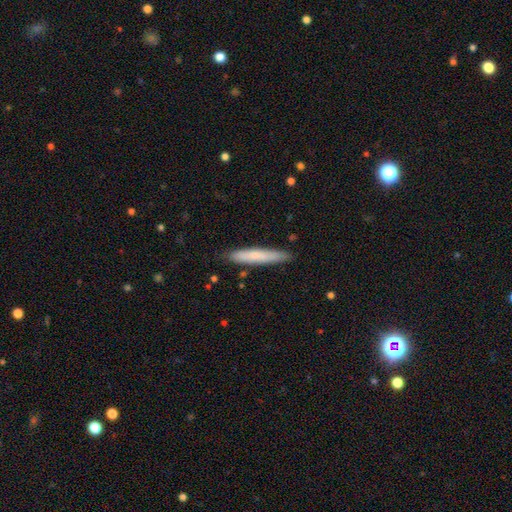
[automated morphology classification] This appears to be a smooth galaxy with no disk features (71%) that is cigar-shaped (94%). Merging: none (87%).